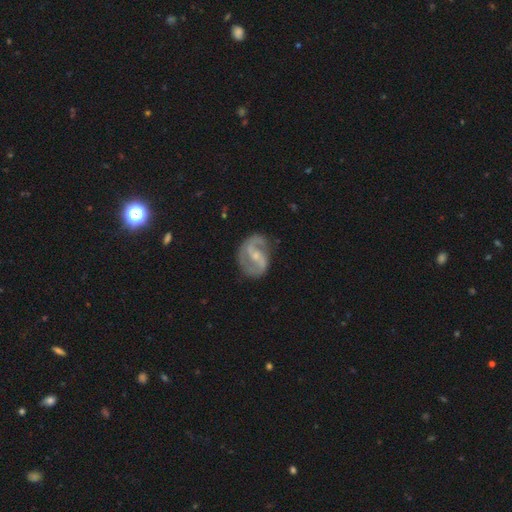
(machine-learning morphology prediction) type=featured or disk (87%); edge-on=no (98%); bar=weak (45%); spiral arms=yes (95%); winding=medium (54%); arm count=2 (89%); bulge=small (64%); merging=none (71%).